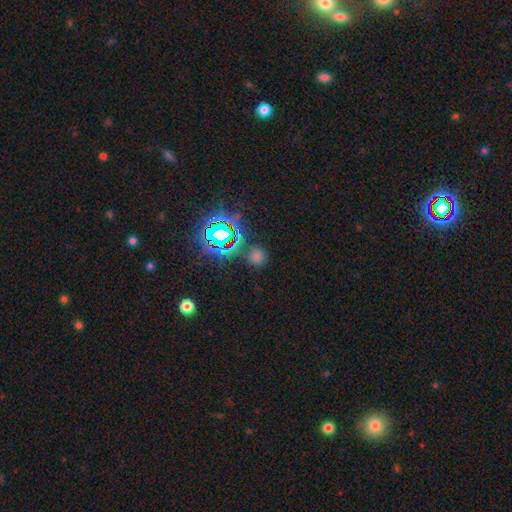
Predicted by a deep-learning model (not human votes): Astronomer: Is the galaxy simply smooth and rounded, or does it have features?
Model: star or artifact — 47% (runner-up: smooth, 45%).